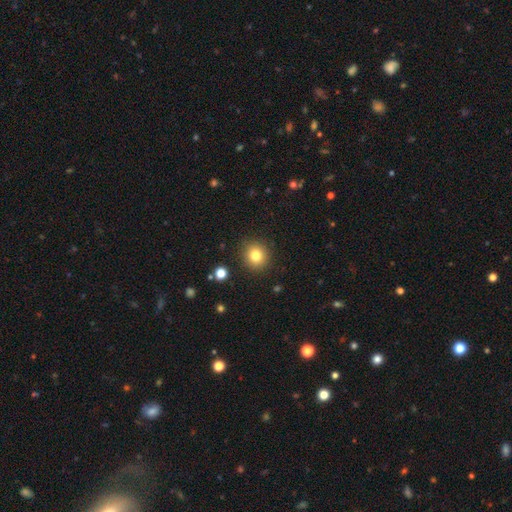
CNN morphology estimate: The model was most divided on "smooth or featured": smooth: 81%, star or artifact: 12%, featured or disk: 8%. More confident: merging — none (90%); how rounded — round (88%).